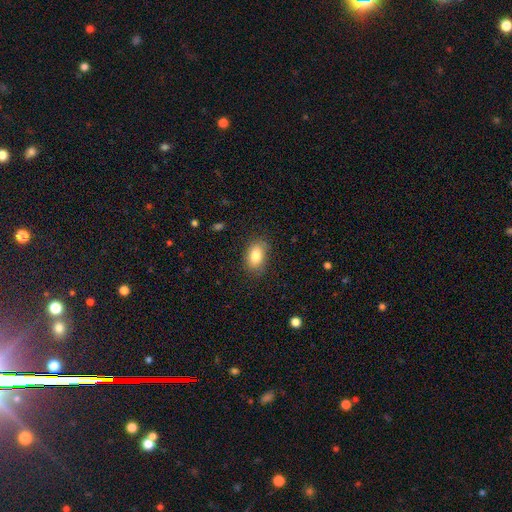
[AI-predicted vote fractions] Smooth or featured: smooth — 82% (featured or disk — 10%)
How rounded: in between — 86% (round — 12%)
Merging: none — 81% (minor disturbance — 15%)